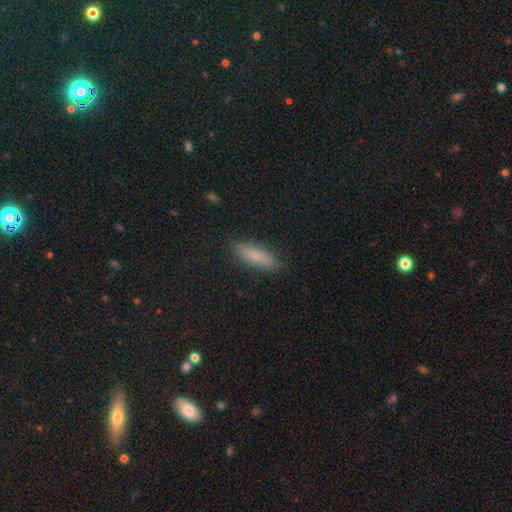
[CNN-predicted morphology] smooth_or_featured: smooth (p=0.83) [alt: featured or disk p=0.09]
how_rounded: cigar-shaped (p=0.58) [alt: in between p=0.40]
merging: none (p=0.88) [alt: minor disturbance p=0.09]